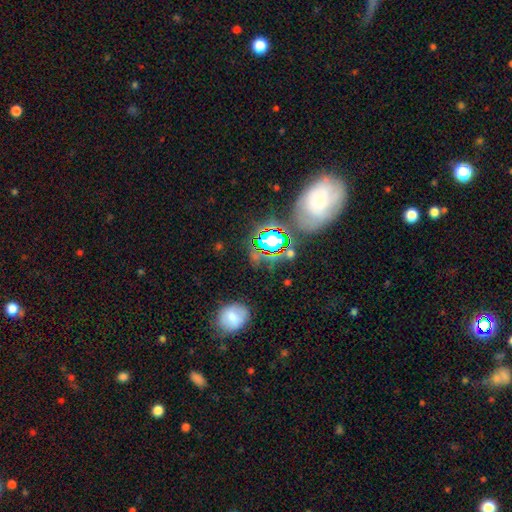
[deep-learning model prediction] Smooth or featured: star or artifact — 49% (smooth — 32%)